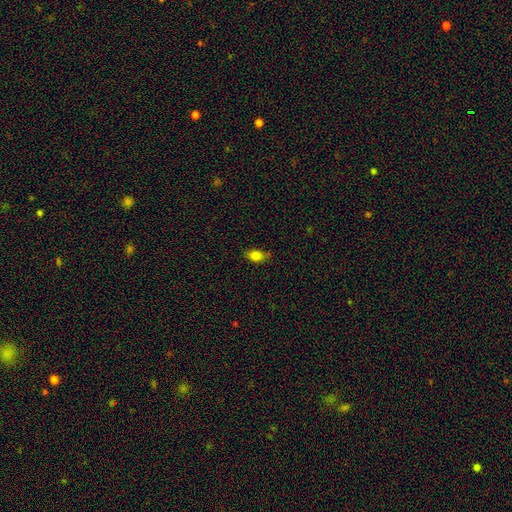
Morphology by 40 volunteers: Smooth or featured? smooth (82%)
How rounded? in between (85%)
Merging? none (81%)